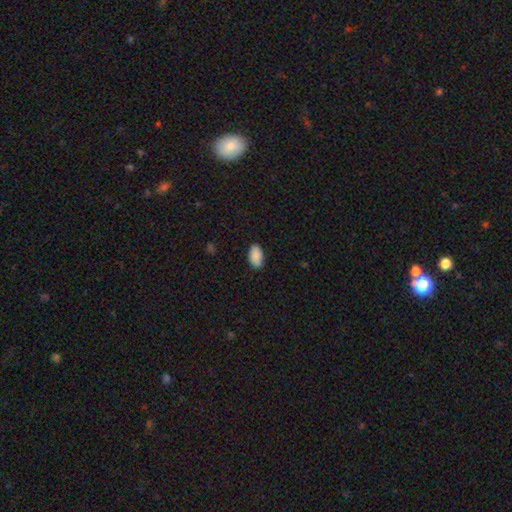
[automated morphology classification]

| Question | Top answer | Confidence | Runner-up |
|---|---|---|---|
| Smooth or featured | smooth | 89% | star or artifact (7%) |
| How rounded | in between | 94% | round (4%) |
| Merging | none | 85% | minor disturbance (12%) |